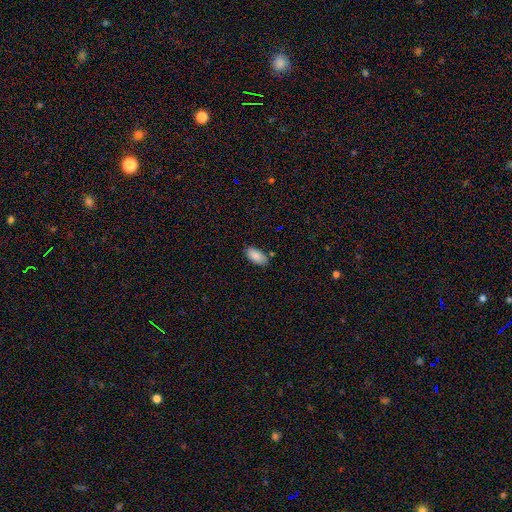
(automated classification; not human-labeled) A smooth galaxy with no disk features (88%) that is in between round and cigar-shaped (94%). Merging: none (79%).